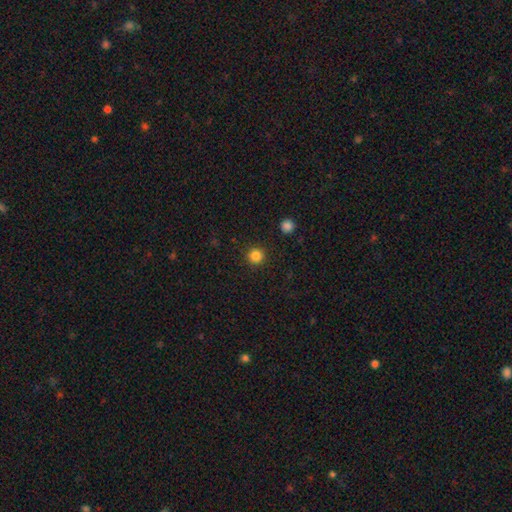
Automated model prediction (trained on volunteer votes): Morphology: type=smooth (84%); roundness=round (96%); merging=none (92%).